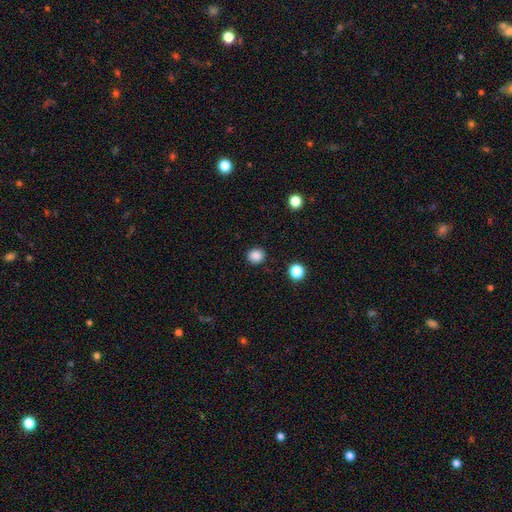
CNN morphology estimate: Smooth or featured? smooth (86%)
How rounded? round (83%)
Merging? none (90%)